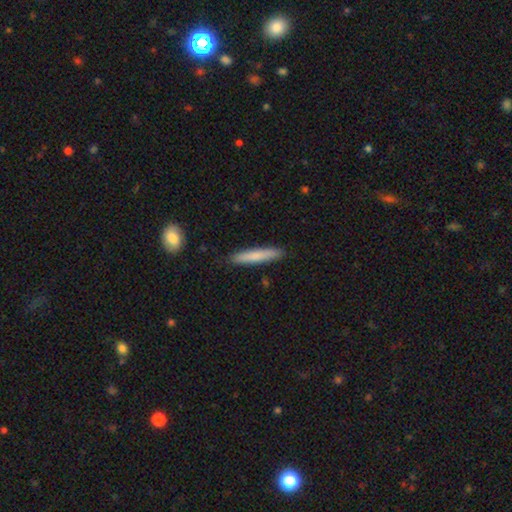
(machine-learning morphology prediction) Overall: smooth (77%). How rounded: cigar-shaped (94%). Merging: none (89%).